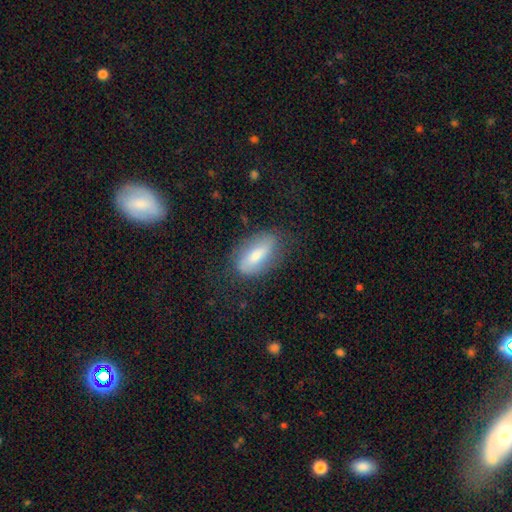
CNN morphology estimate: Smooth or featured?
  - smooth: 61% *
  - featured or disk: 31%
  - star or artifact: 7%
How rounded?
  - in between: 83% *
  - cigar-shaped: 13%
  - round: 4%
Merging?
  - none: 73% *
  - minor disturbance: 19%
  - major disturbance: 6%
  - merger: 2%